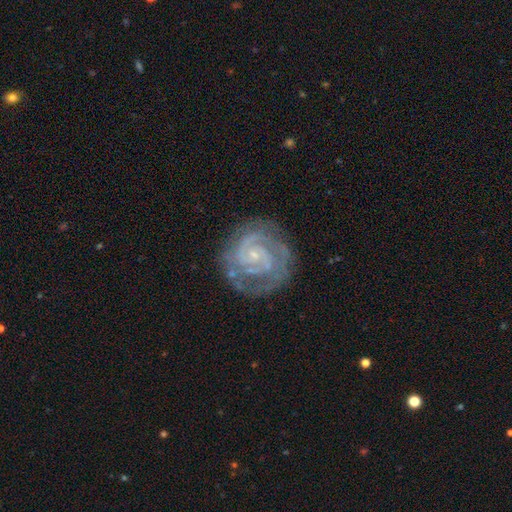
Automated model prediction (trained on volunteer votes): smooth-or-featured: featured or disk: 87% | star or artifact: 7% | smooth: 6%
  disk-edge-on: no: 98% | yes: 2%
    bar: no: 55% | weak: 33% | strong: 12%
    has-spiral-arms: yes: 97% | no: 3%
      spiral-winding: tight: 73% | medium: 24% | loose: 4%
      spiral-arm-count: 2: 57% | 3: 17% | can't tell: 13% | 4: 5% | 1: 4% | more than 4: 4%
    bulge-size: small: 78% | moderate: 15% | none: 5% | large: 1% | dominant: 1%
  merging: none: 78% | minor disturbance: 14% | major disturbance: 6% | merger: 1%